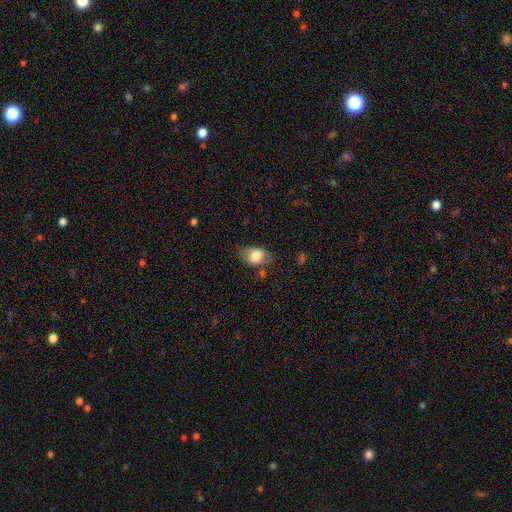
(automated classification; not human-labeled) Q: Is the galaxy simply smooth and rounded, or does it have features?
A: smooth — 74%.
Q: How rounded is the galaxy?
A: in between — 84%.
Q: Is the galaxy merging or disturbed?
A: none — 63%.